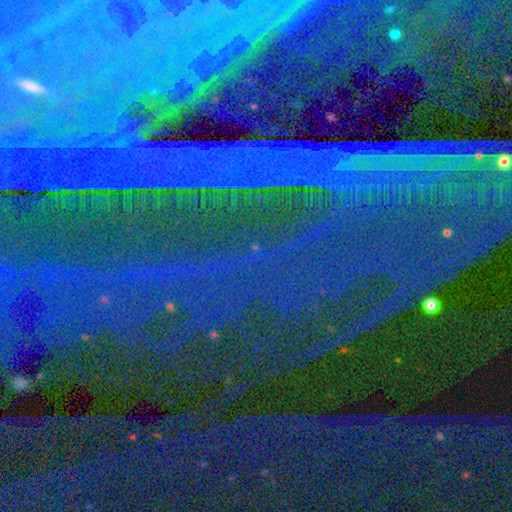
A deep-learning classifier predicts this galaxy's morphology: A star or artifact, not a galaxy (86%).

Vote fractions:
- Smooth or featured? star or artifact: 86% / featured or disk: 8% / smooth: 6%